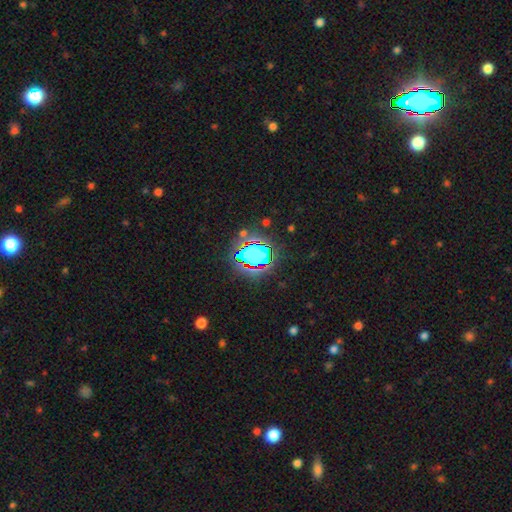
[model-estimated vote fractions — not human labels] smooth_or_featured: star or artifact (p=0.58) [alt: smooth p=0.28]